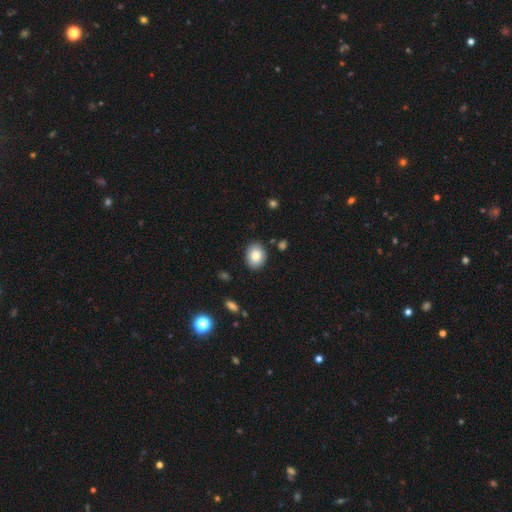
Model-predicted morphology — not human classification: This is clearly a smooth galaxy (83%). How rounded: possibly in between (54%). Merging: clearly none (87%).